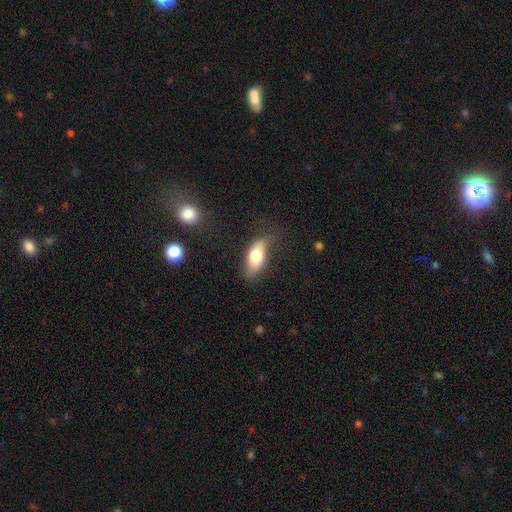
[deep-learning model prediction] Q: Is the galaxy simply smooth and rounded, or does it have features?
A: smooth — 70%.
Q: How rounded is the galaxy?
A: in between — 81%.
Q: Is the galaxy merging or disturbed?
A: none — 68%.